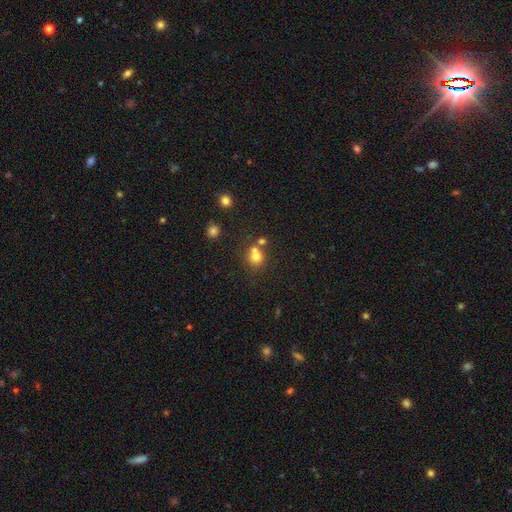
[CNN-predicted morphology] Smooth or featured? smooth (73%)
How rounded? round (82%)
Merging? none (49%)